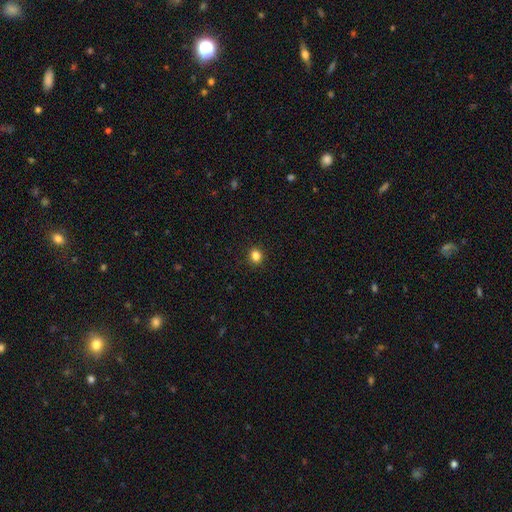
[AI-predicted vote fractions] smooth 84%, star or artifact 12%, featured or disk 4%. Down the decision tree: how rounded — round (74%); merging — none (91%).